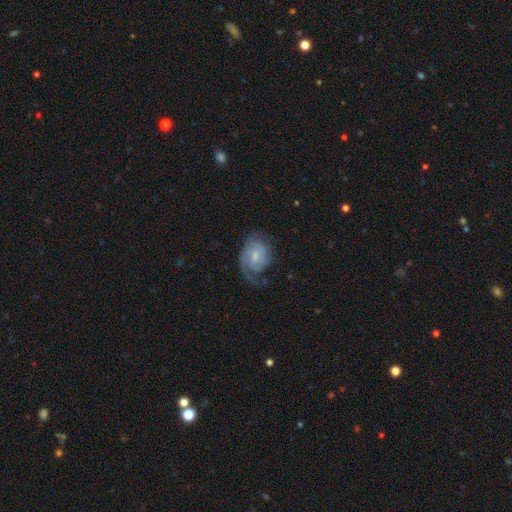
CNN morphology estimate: A featured or disk galaxy (65%) with no bar (51%), 1 (50%) tight (38%) spiral arms (86%) and a small central bulge (51%).

Vote fractions:
- Smooth or featured? featured or disk: 65% / smooth: 29% / star or artifact: 7%
- Edge-on disk? no: 97% / yes: 3%
- Bar? no: 51% / weak: 42% / strong: 6%
- Spiral arms? yes: 86% / no: 14%
- Spiral winding? tight: 38% / medium: 37% / loose: 24%
- Spiral arm count? 1: 50% / 2: 23% / can't tell: 19% / 3: 4% / 4: 2% / more than 4: 2%
- Bulge size? small: 51% / moderate: 30% / none: 14% / large: 4% / dominant: 1%
- Merging? none: 42% / major disturbance: 31% / minor disturbance: 25% / merger: 2%